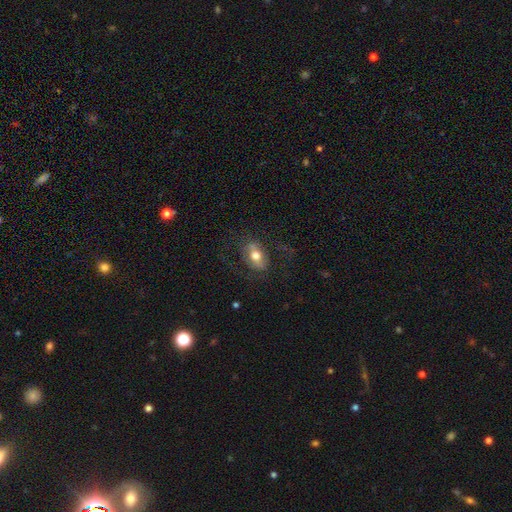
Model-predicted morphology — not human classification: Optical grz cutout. It shows a featured or disk galaxy (47%). Merging: none (69%).